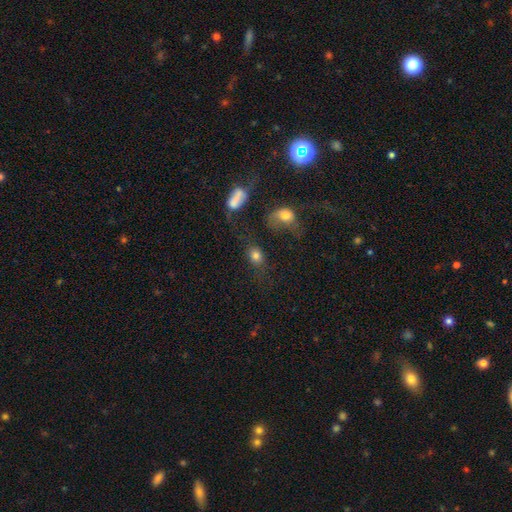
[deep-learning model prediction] smooth_or_featured: smooth (p=0.77) [alt: star or artifact p=0.12]
how_rounded: in between (p=0.55) [alt: round p=0.43]
merging: none (p=0.49) [alt: merger p=0.22]